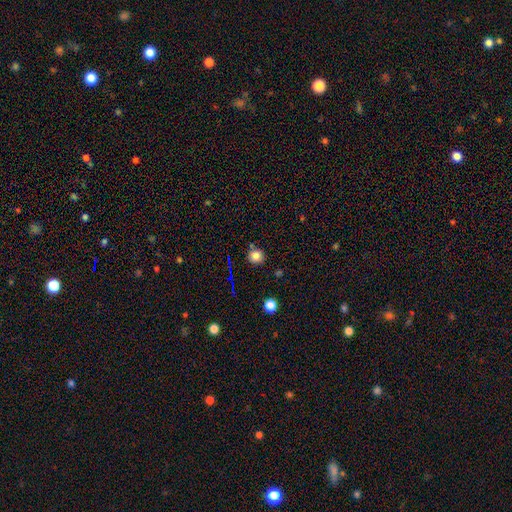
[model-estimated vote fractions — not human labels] The model was most divided on "smooth or featured": smooth: 79%, star or artifact: 14%, featured or disk: 7%. More confident: how rounded — round (91%); merging — none (80%).